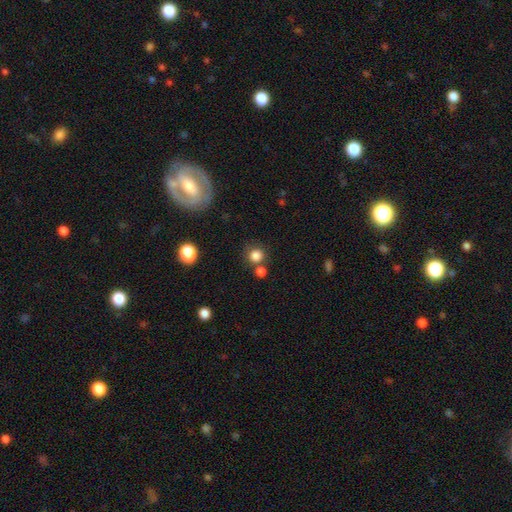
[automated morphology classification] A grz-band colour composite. It shows a smooth galaxy with no disk features (82%) that is round (89%). Merging: none (68%).